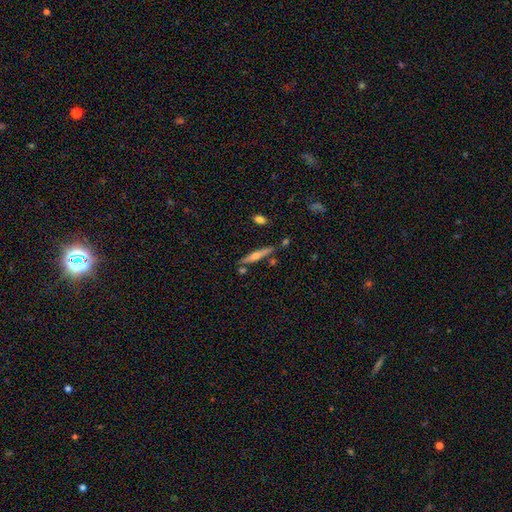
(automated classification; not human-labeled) Smooth or featured: featured or disk — 64% (smooth — 29%)
Edge-on disk: yes — 96% (no — 4%)
Edge-on bulge: rounded — 86% (none — 8%)
Merging: none — 81% (minor disturbance — 10%)